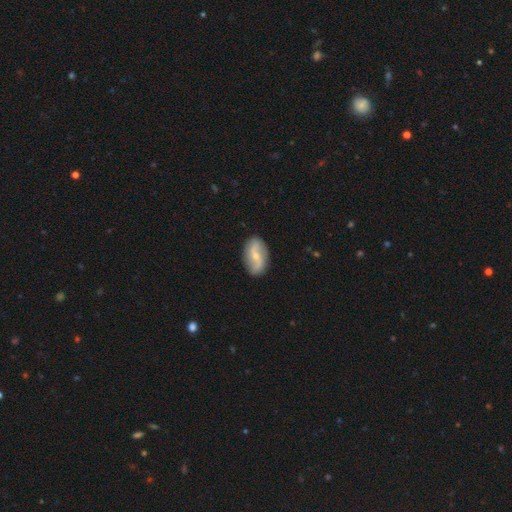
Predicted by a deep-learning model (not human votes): Smooth or featured?
  - featured or disk: 70% *
  - smooth: 24%
  - star or artifact: 5%
Edge-on disk?
  - no: 96% *
  - yes: 4%
Bar?
  - weak: 41% *
  - no: 36%
  - strong: 23%
Spiral arms?
  - yes: 86% *
  - no: 14%
Spiral winding?
  - loose: 72% *
  - medium: 19%
  - tight: 8%
Spiral arm count?
  - 2: 91% *
  - can't tell: 4%
  - 1: 2%
  - 3: 1%
  - 4: 1%
  - more than 4: 1%
Bulge size?
  - small: 63% *
  - moderate: 32%
  - none: 3%
  - large: 1%
  - dominant: 1%
Merging?
  - none: 85% *
  - minor disturbance: 11%
  - major disturbance: 3%
  - merger: 1%